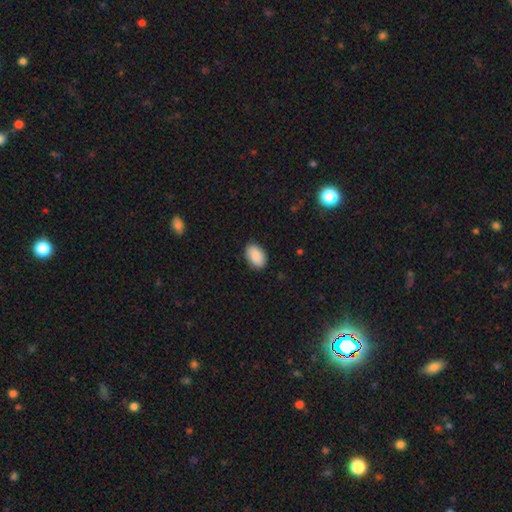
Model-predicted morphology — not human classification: The model was most divided on "merging": none: 86%, minor disturbance: 11%, major disturbance: 2%, merger: 1%. More confident: how rounded — in between (91%); smooth or featured — smooth (90%).